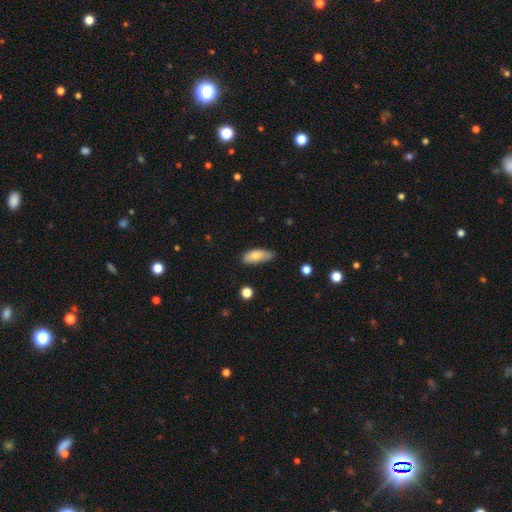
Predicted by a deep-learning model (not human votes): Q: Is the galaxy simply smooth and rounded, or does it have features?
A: smooth — 79%.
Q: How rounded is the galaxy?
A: in between — 81%.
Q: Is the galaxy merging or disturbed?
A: none — 63%.